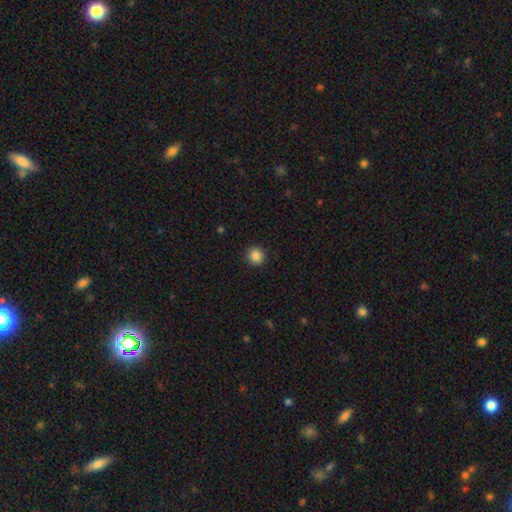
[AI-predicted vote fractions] This appears to be a smooth galaxy with no disk features (86%) that is round (89%). Merging: none (91%).